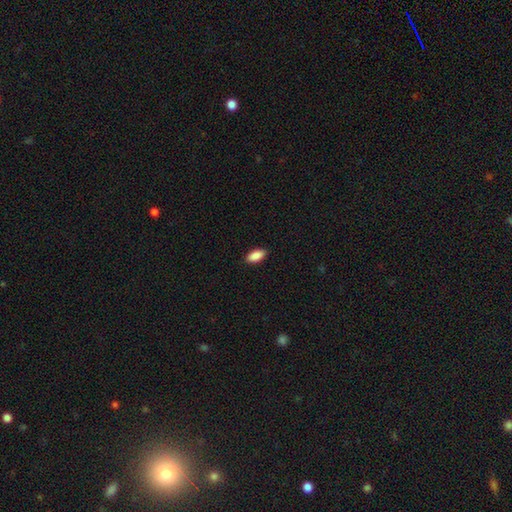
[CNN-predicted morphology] Q: Smooth or featured?
A: smooth (90%); runner-up: star or artifact (6%)
Q: How rounded?
A: in between (91%); runner-up: cigar-shaped (6%)
Q: Merging?
A: none (89%); runner-up: minor disturbance (8%)